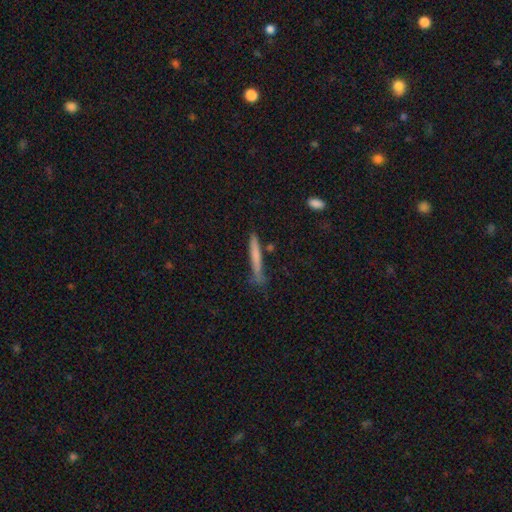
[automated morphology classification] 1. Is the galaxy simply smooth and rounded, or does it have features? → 65% smooth, 28% featured or disk, 7% star or artifact.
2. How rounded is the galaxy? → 96% cigar-shaped, 3% in between, 2% round.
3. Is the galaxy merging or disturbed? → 74% none, 18% minor disturbance, 4% major disturbance, 4% merger.